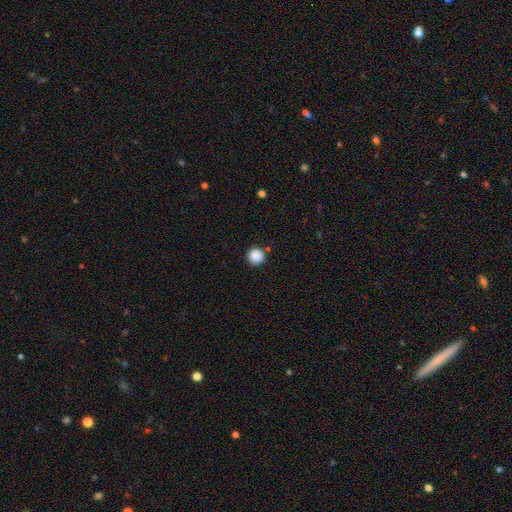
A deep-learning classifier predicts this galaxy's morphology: Smooth or featured: smooth — 88% (star or artifact — 10%)
How rounded: round — 95% (in between — 4%)
Merging: none — 89% (minor disturbance — 7%)